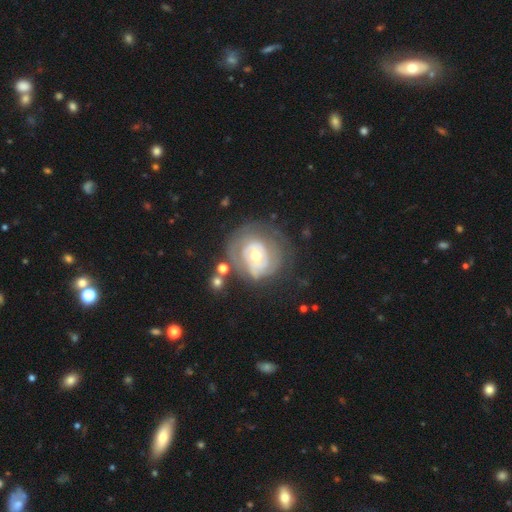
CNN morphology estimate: Smooth or featured: featured or disk — 73% (smooth — 21%)
Edge-on disk: no — 97% (yes — 3%)
Bar: no — 73% (weak — 20%)
Spiral arms: yes — 65% (no — 35%)
Bulge size: moderate — 64% (small — 28%)
Merging: none — 53% (minor disturbance — 22%)